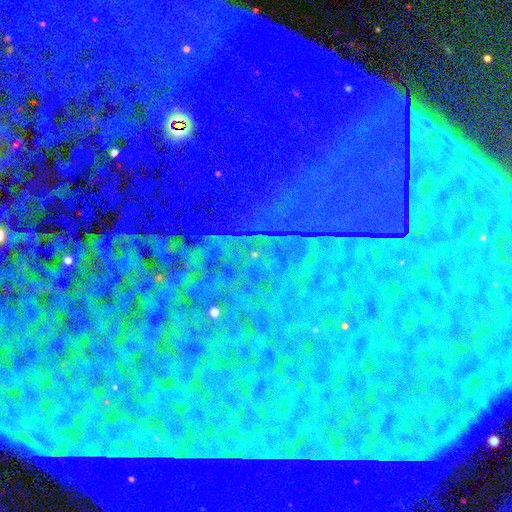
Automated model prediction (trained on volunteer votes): The model was most divided on "smooth or featured": star or artifact: 84%, smooth: 9%, featured or disk: 7%.